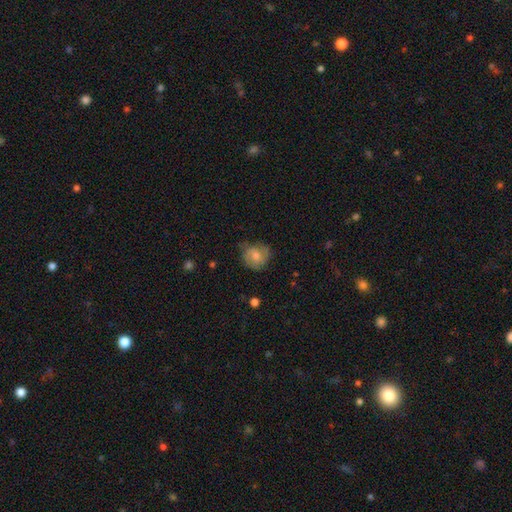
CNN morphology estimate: Smooth or featured?
  - smooth: 62% *
  - featured or disk: 30%
  - star or artifact: 8%
How rounded?
  - round: 78% *
  - in between: 21%
  - cigar-shaped: 1%
Merging?
  - none: 63% *
  - minor disturbance: 27%
  - major disturbance: 8%
  - merger: 1%